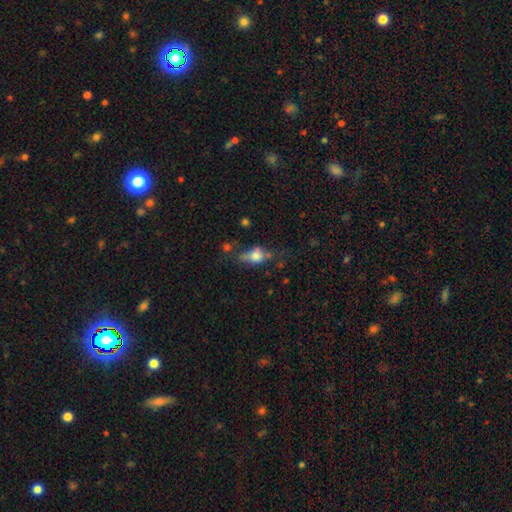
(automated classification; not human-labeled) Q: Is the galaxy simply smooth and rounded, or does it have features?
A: smooth — 64%.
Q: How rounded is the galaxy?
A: in between — 63%.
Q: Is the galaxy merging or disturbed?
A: none — 38%.